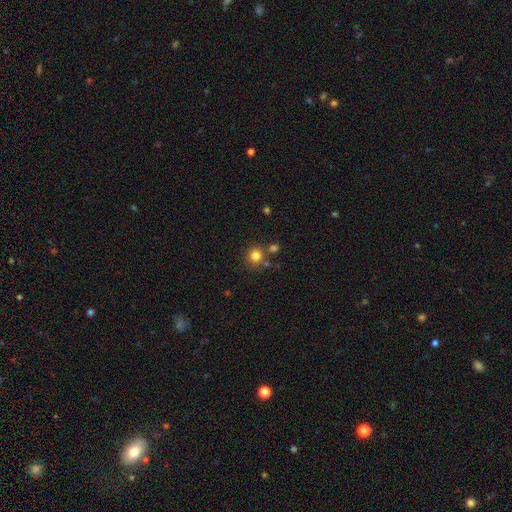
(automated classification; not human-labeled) This appears to be a smooth galaxy with no disk features (82%) that is round (91%). Merging: none (77%).